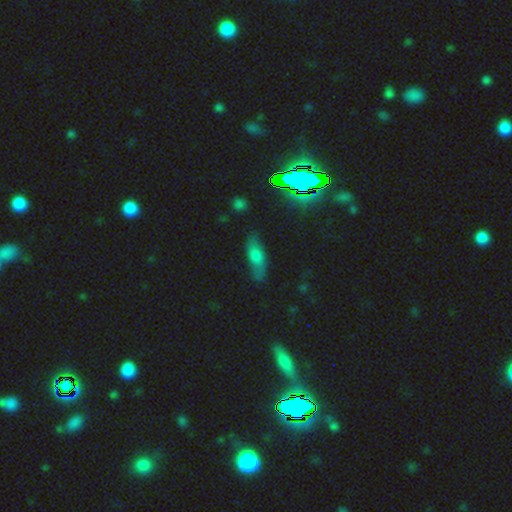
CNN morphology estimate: Smooth or featured?
  - smooth: 54% *
  - featured or disk: 28%
  - star or artifact: 18%
How rounded?
  - in between: 63% *
  - cigar-shaped: 31%
  - round: 6%
Merging?
  - none: 73% *
  - minor disturbance: 19%
  - major disturbance: 6%
  - merger: 2%